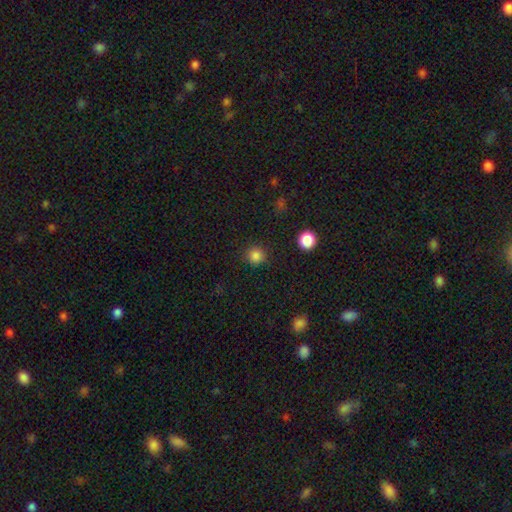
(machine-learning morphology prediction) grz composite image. It shows a smooth galaxy with no disk features (82%) that is round (94%). Merging: none (90%).